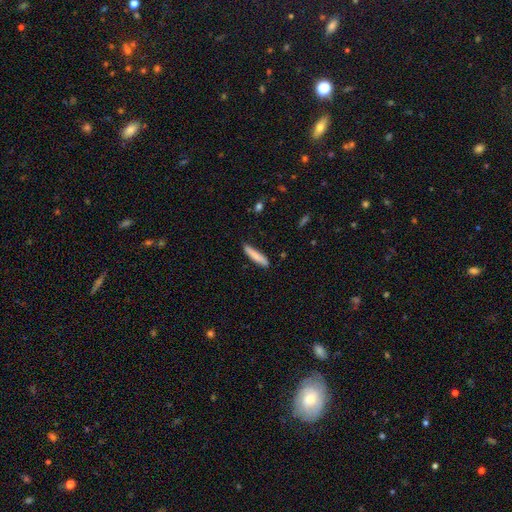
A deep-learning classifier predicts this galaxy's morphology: smooth_or_featured: smooth (p=0.80) [alt: featured or disk p=0.15]
how_rounded: cigar-shaped (p=0.89) [alt: in between p=0.10]
merging: none (p=0.86) [alt: minor disturbance p=0.11]